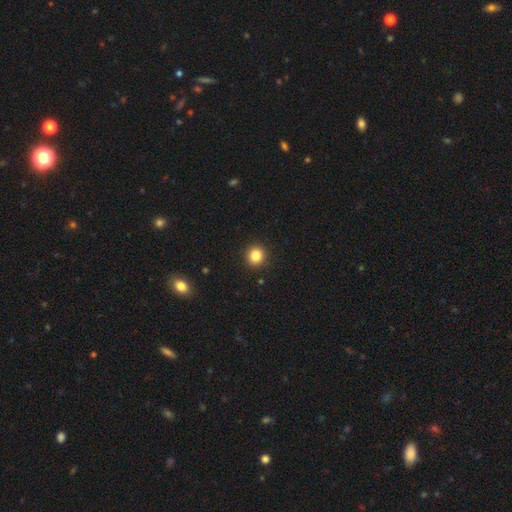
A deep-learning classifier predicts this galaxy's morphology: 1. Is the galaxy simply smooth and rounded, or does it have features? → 84% smooth, 11% star or artifact, 5% featured or disk.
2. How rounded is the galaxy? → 91% round, 8% in between, 1% cigar-shaped.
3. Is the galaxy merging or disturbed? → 92% none, 5% minor disturbance, 2% major disturbance, 1% merger.